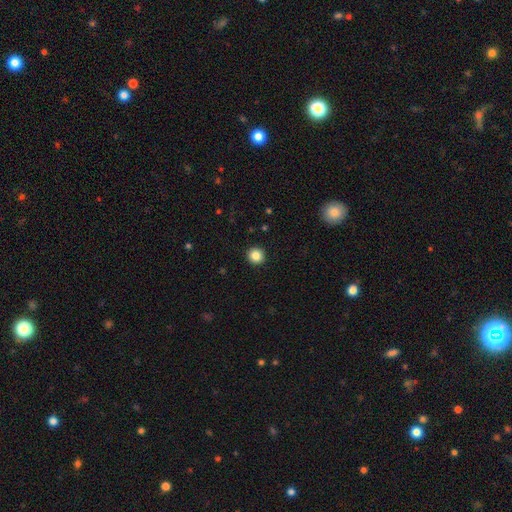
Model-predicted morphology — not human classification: Smooth or featured? smooth (86%)
How rounded? round (94%)
Merging? none (93%)